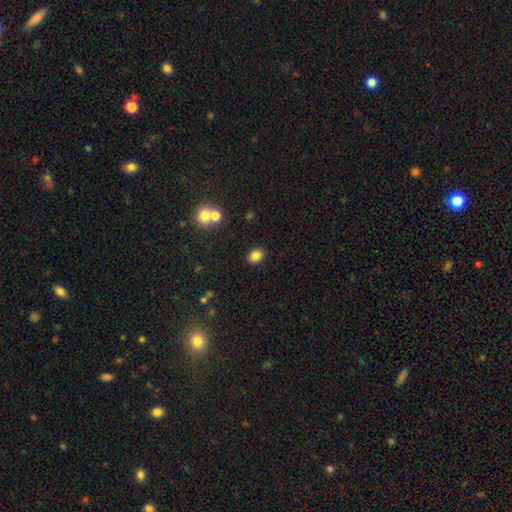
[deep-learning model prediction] A smooth galaxy with no disk features (84%) that is in between round and cigar-shaped (64%).

Vote fractions:
- Smooth or featured? smooth: 84% / star or artifact: 10% / featured or disk: 6%
- How rounded? in between: 64% / round: 35% / cigar-shaped: 1%
- Merging? none: 87% / minor disturbance: 8% / merger: 3% / major disturbance: 2%